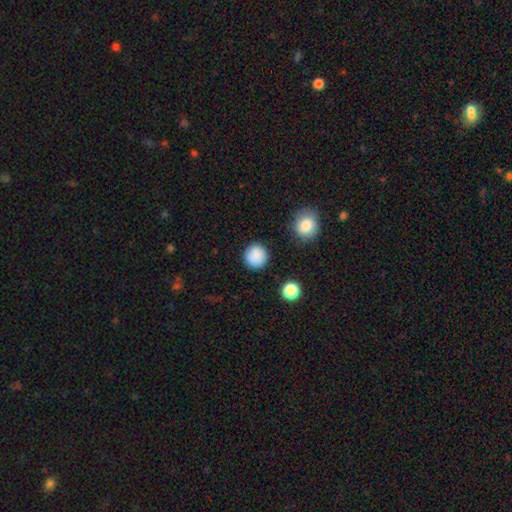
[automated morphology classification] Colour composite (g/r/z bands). It shows a smooth galaxy with no disk features (87%) that is round (94%). Merging: none (88%).